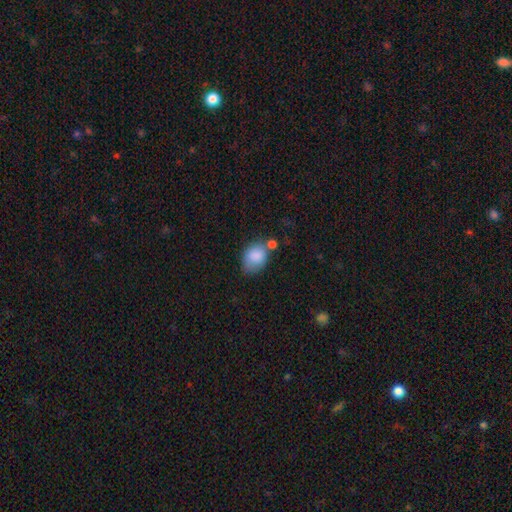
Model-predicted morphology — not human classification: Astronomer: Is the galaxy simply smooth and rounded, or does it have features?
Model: smooth — 85%.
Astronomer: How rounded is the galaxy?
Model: in between — 66%.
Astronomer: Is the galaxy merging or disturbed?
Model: none — 47% (runner-up: minor disturbance, 24%).